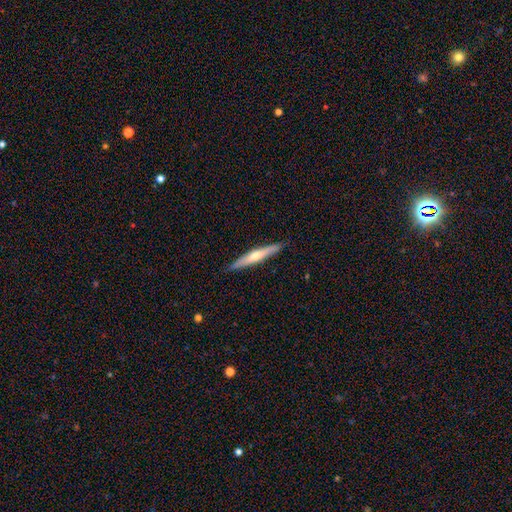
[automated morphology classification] smooth-or-featured: featured or disk: 51% | smooth: 44% | star or artifact: 5%
  disk-edge-on: yes: 95% | no: 5%
  merging: none: 90% | minor disturbance: 8% | major disturbance: 1% | merger: 1%